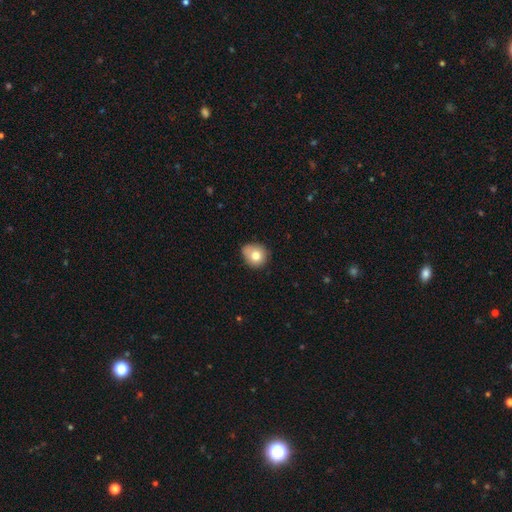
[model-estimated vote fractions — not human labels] Smooth or featured? smooth (76%)
How rounded? round (75%)
Merging? none (62%)